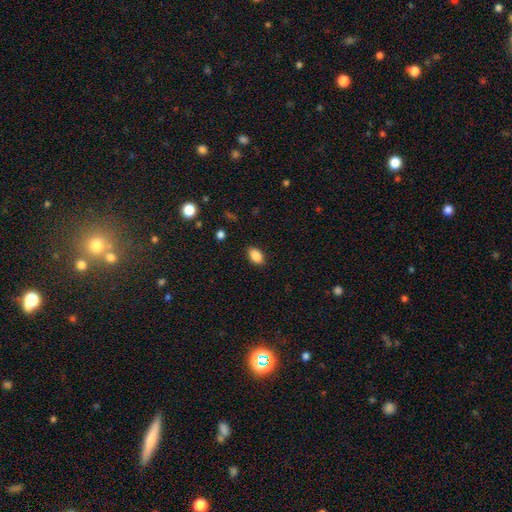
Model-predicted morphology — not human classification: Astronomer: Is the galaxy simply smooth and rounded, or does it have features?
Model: smooth — 88%.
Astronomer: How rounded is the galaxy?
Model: in between — 87%.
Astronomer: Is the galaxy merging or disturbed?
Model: none — 85%.